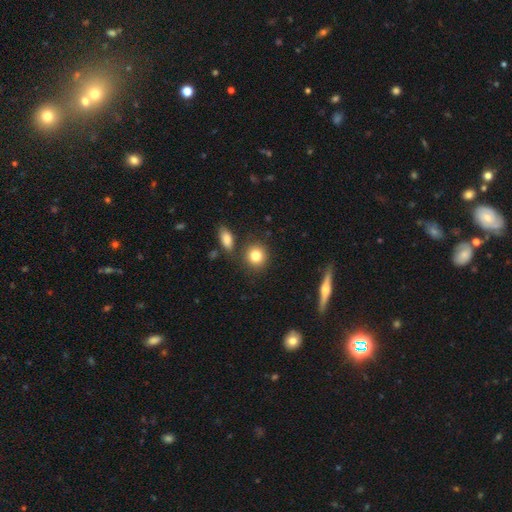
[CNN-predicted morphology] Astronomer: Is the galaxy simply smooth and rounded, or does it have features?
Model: smooth — 82%.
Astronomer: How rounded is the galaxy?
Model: round — 82%.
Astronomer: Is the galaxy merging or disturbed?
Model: none — 79%.